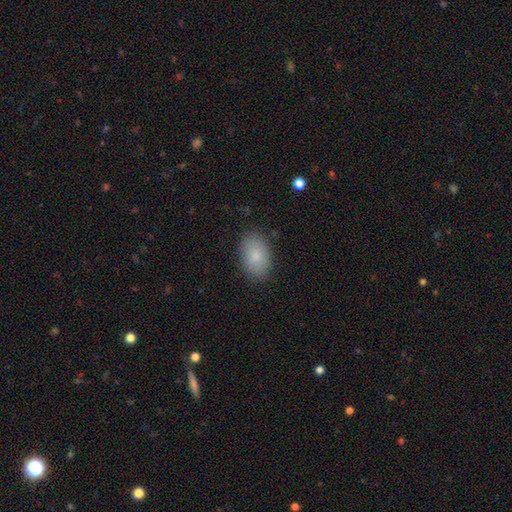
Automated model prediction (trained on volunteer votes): Smooth or featured: smooth — 84% (featured or disk — 9%)
How rounded: in between — 89% (round — 10%)
Merging: none — 86% (minor disturbance — 10%)